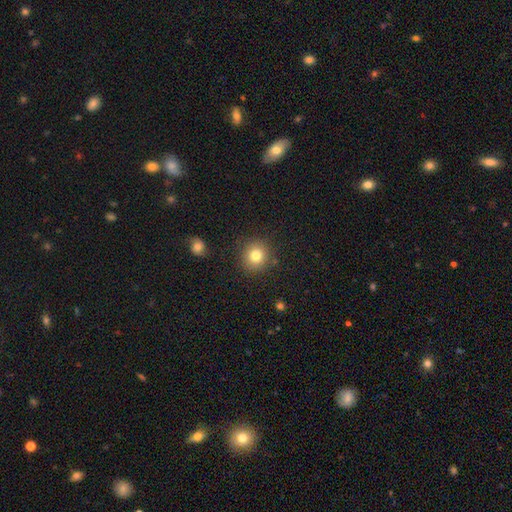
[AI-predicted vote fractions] Smooth or featured?
  - smooth: 80% *
  - star or artifact: 12%
  - featured or disk: 8%
How rounded?
  - round: 90% *
  - in between: 9%
  - cigar-shaped: 1%
Merging?
  - none: 88% *
  - minor disturbance: 7%
  - major disturbance: 3%
  - merger: 2%